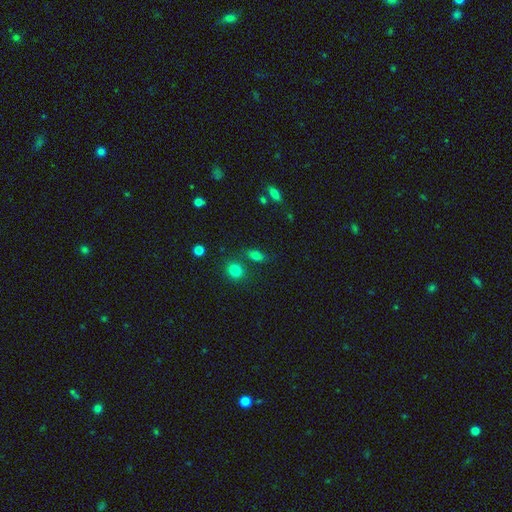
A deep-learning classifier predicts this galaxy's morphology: smooth 75%, star or artifact 15%, featured or disk 9%. Down the decision tree: how rounded — in between (76%); merging — none (68%).